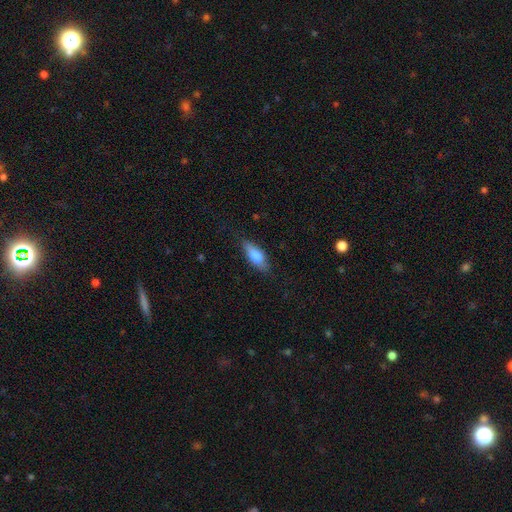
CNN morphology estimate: This appears to be a smooth galaxy with no disk features (75%) that is in between round and cigar-shaped (68%). Merging: none (76%).